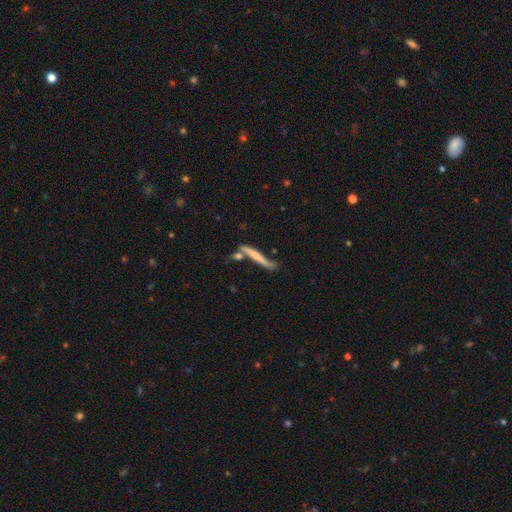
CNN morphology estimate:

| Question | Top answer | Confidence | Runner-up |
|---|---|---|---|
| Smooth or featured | smooth | 50% | featured or disk (43%) |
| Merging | none | 55% | minor disturbance (20%) |